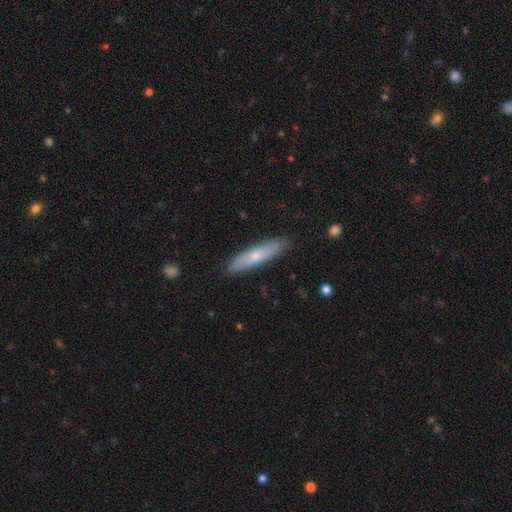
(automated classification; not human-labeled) This appears to be a smooth galaxy with no disk features (63%) that is cigar-shaped (80%). Merging: none (86%).